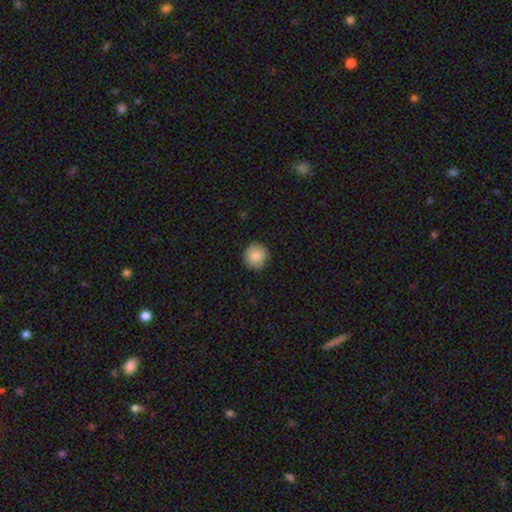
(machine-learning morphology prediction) A smooth galaxy with no disk features (88%) that is round (94%). Merging: none (91%).